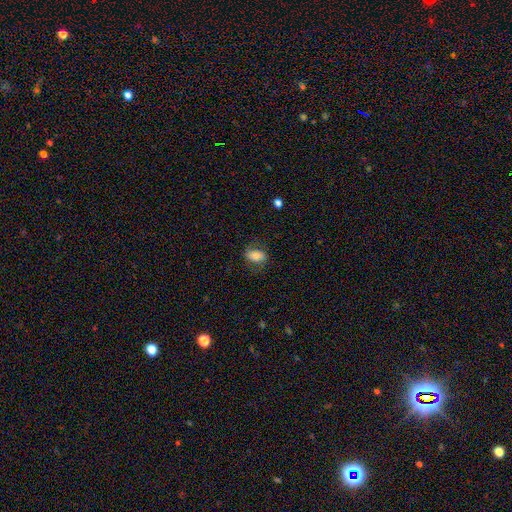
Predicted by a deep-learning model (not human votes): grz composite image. It shows a smooth galaxy with no disk features (70%) that is in between round and cigar-shaped (84%). Merging: none (73%).